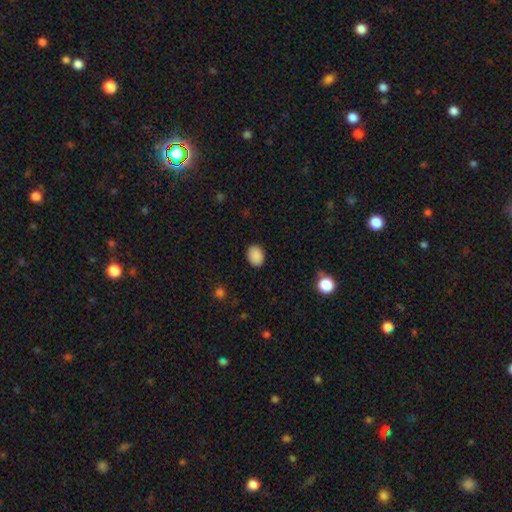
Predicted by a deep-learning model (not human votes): smooth_or_featured: smooth (p=0.89) [alt: star or artifact p=0.08]
how_rounded: in between (p=0.65) [alt: round p=0.35]
merging: none (p=0.88) [alt: minor disturbance p=0.09]